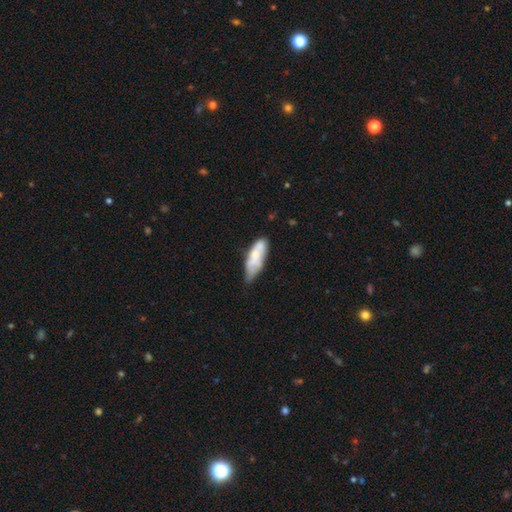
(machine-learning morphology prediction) smooth 62%, featured or disk 32%, star or artifact 7%. Down the decision tree: how rounded — in between (65%); merging — none (44%).